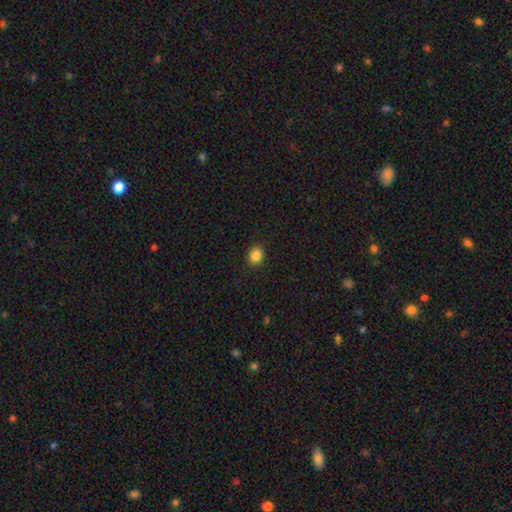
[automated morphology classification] The model was most divided on "how rounded": round: 61%, in between: 38%, cigar-shaped: 1%. More confident: merging — none (91%); smooth or featured — smooth (86%).